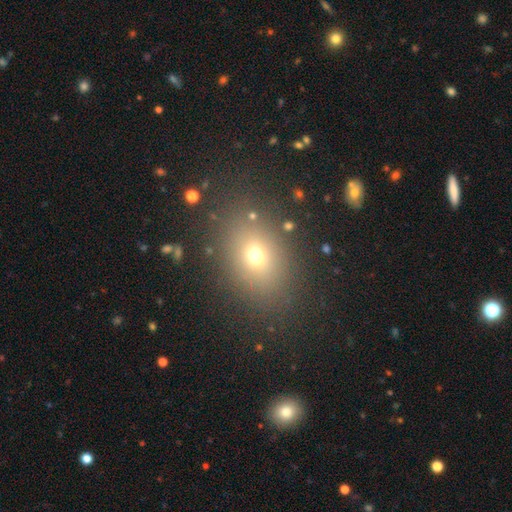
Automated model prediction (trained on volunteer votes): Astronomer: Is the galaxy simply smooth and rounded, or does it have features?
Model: smooth — 68%.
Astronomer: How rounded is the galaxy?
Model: in between — 61% (runner-up: round, 37%).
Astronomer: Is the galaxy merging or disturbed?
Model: none — 84%.